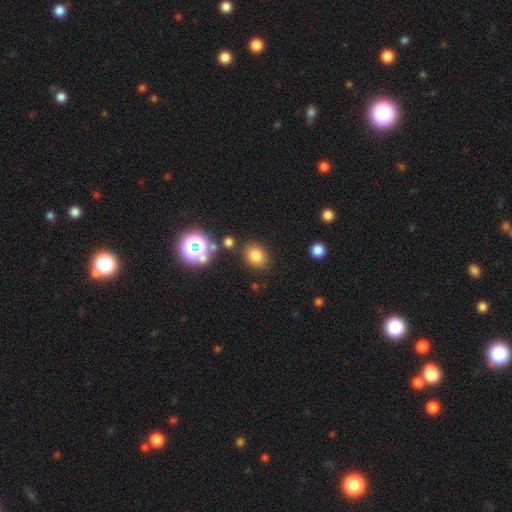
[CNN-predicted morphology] A smooth galaxy with no disk features (78%) that is round (55%). Merging: none (83%).